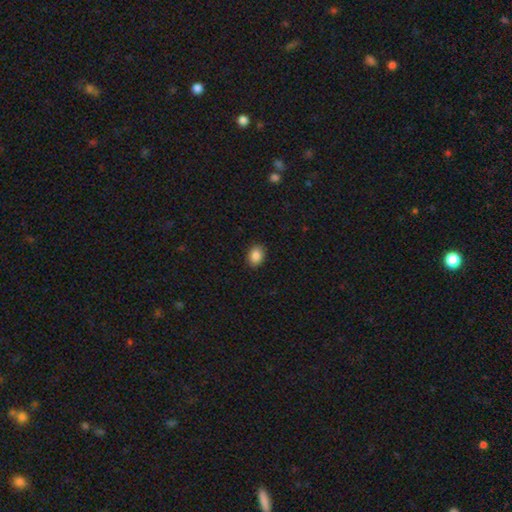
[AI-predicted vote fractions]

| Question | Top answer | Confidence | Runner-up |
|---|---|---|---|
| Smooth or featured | smooth | 88% | star or artifact (8%) |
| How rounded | in between | 67% | round (32%) |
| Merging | none | 89% | minor disturbance (8%) |